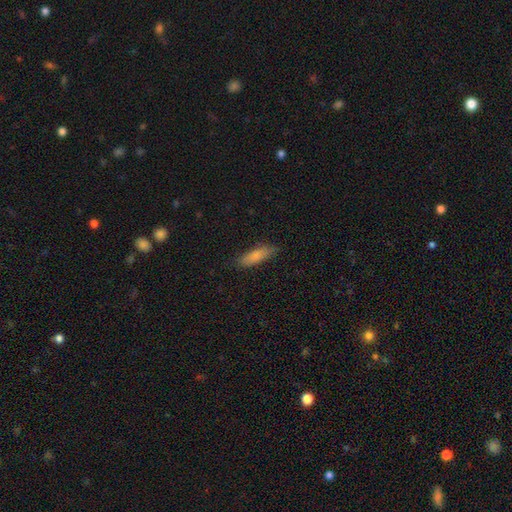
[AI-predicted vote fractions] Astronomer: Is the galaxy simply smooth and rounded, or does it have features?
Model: smooth — 81%.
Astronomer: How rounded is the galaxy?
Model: cigar-shaped — 55% (runner-up: in between, 43%).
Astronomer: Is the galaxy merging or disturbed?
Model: none — 82%.